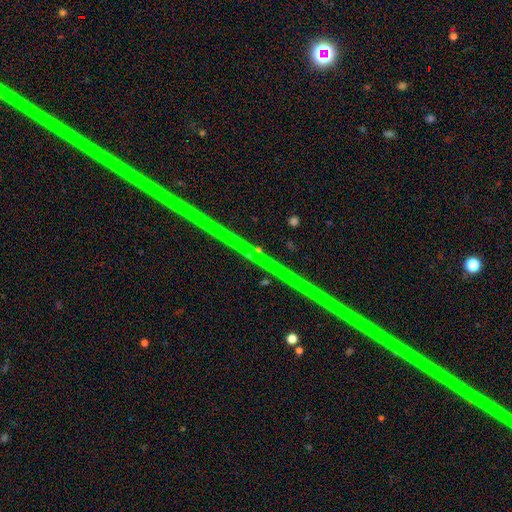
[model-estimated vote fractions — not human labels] Smooth or featured? star or artifact (88%)